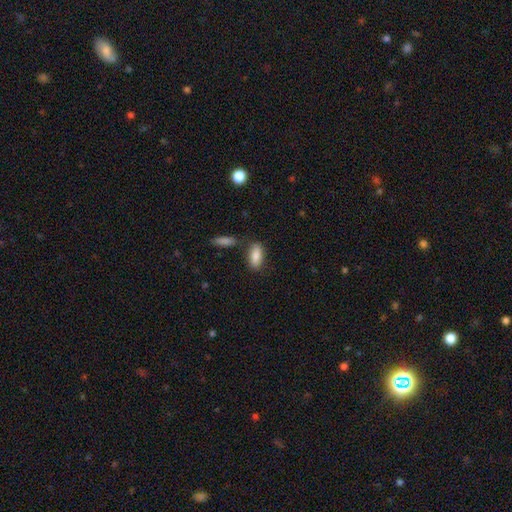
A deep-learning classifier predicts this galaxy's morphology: smooth 86%, featured or disk 7%, star or artifact 7%. Down the decision tree: how rounded — in between (84%); merging — none (74%).